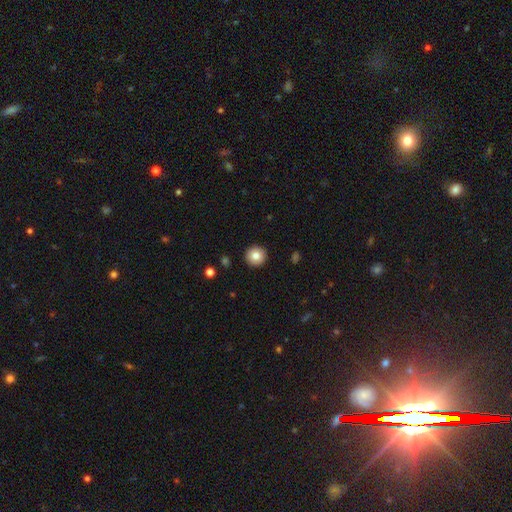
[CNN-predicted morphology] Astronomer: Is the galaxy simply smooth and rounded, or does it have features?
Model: smooth — 81%.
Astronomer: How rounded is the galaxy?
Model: round — 95%.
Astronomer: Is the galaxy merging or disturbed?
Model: none — 93%.